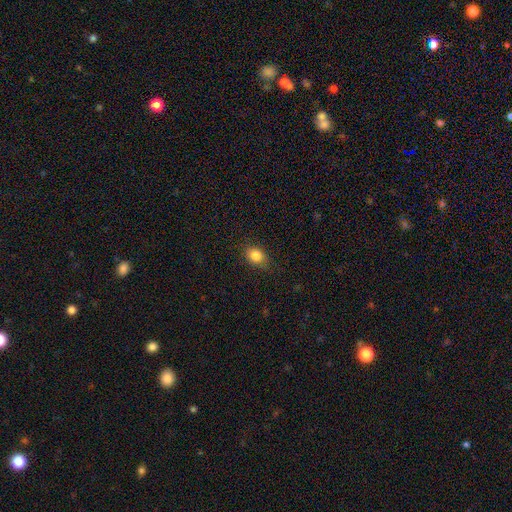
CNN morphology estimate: Q: Smooth or featured?
A: smooth (85%); runner-up: star or artifact (10%)
Q: How rounded?
A: in between (61%); runner-up: round (37%)
Q: Merging?
A: none (80%); runner-up: minor disturbance (15%)